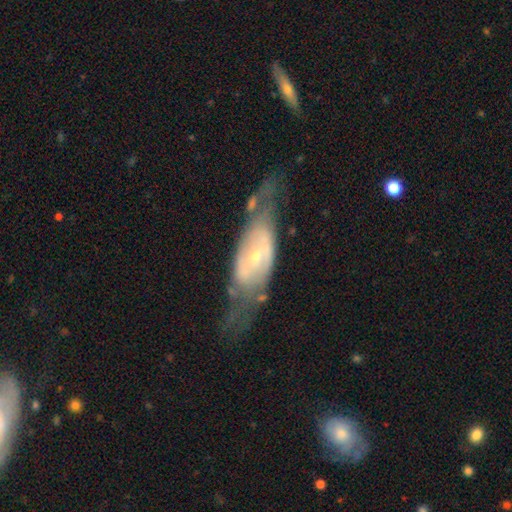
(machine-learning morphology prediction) The model was most divided on "bar": no: 49%, weak: 34%, strong: 17%. Remaining: edge-on disk — no (81%); smooth or featured — featured or disk (76%); spiral arms — yes (62%); bulge size — small (59%); merging — none (49%).